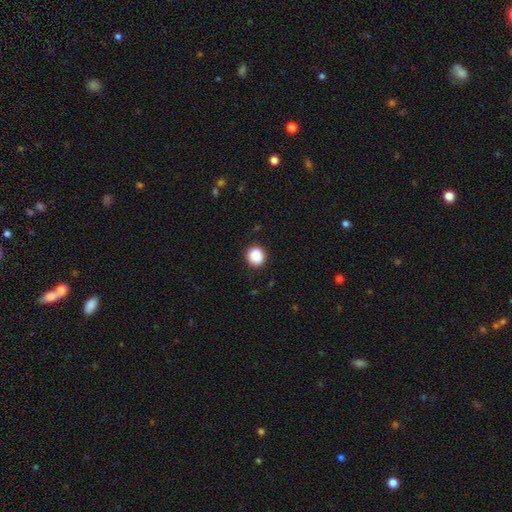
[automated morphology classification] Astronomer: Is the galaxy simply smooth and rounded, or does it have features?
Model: smooth — 88%.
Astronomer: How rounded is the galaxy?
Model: round — 90%.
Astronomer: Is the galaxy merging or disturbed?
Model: none — 89%.